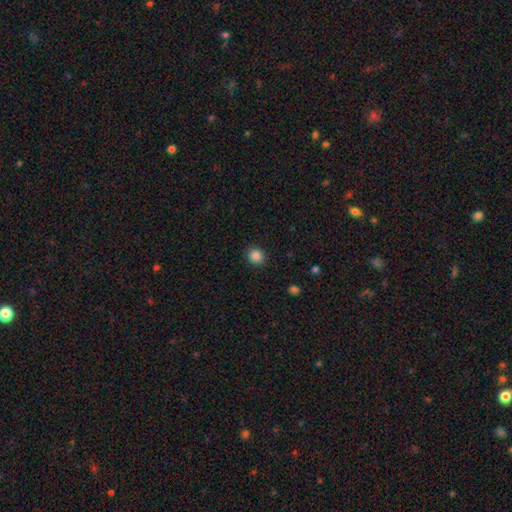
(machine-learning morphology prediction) smooth_or_featured: smooth (p=0.87) [alt: star or artifact p=0.10]
how_rounded: round (p=0.74) [alt: in between p=0.25]
merging: none (p=0.90) [alt: minor disturbance p=0.07]